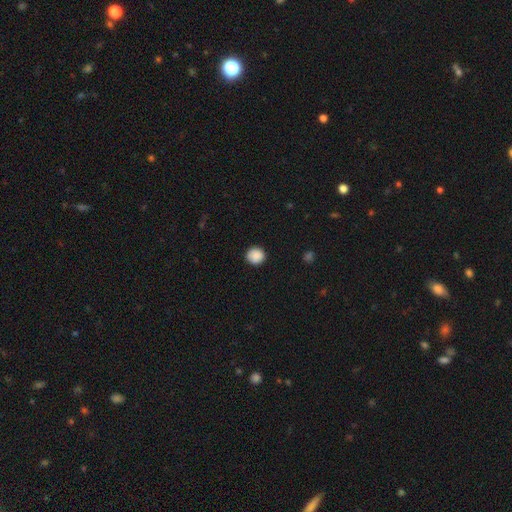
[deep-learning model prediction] This is clearly a smooth galaxy (89%). How rounded: clearly round (91%). Merging: clearly none (89%).